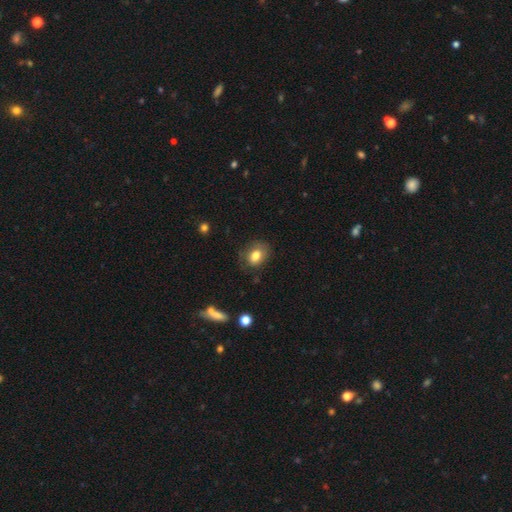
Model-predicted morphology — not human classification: Smooth or featured? smooth (78%)
How rounded? in between (61%)
Merging? none (71%)